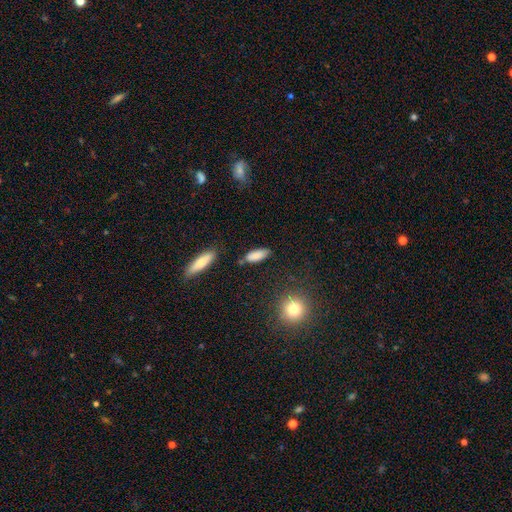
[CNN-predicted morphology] Q: Smooth or featured?
A: smooth (85%); runner-up: featured or disk (8%)
Q: How rounded?
A: in between (68%); runner-up: cigar-shaped (30%)
Q: Merging?
A: none (78%); runner-up: minor disturbance (14%)